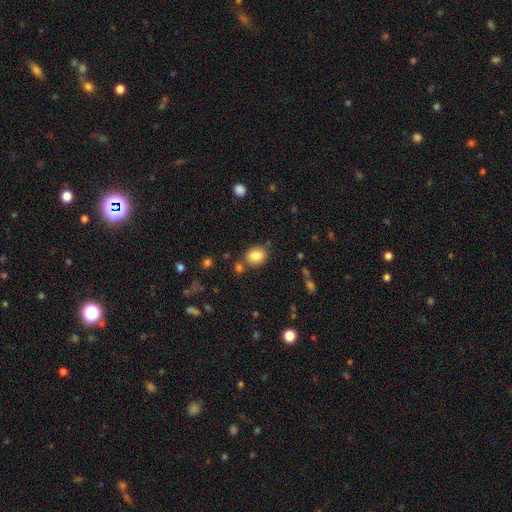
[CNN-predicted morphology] Q: Smooth or featured?
A: smooth (84%); runner-up: star or artifact (9%)
Q: How rounded?
A: in between (54%); runner-up: round (45%)
Q: Merging?
A: none (74%); runner-up: minor disturbance (12%)